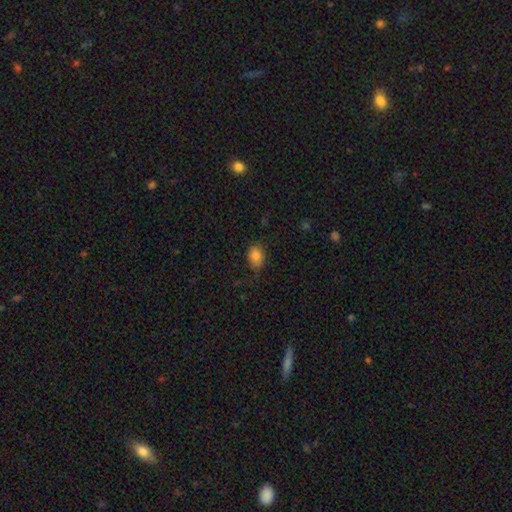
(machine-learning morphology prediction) Q: Smooth or featured?
A: smooth (84%); runner-up: star or artifact (10%)
Q: How rounded?
A: in between (77%); runner-up: round (22%)
Q: Merging?
A: none (61%); runner-up: minor disturbance (29%)